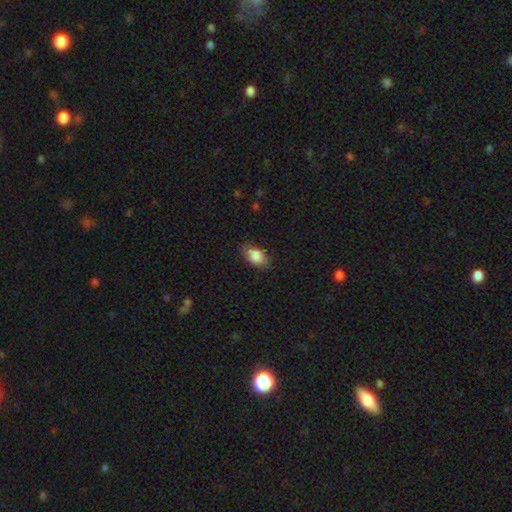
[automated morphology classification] This appears to be a smooth galaxy with no disk features (84%) that is in between round and cigar-shaped (90%). Merging: none (77%).